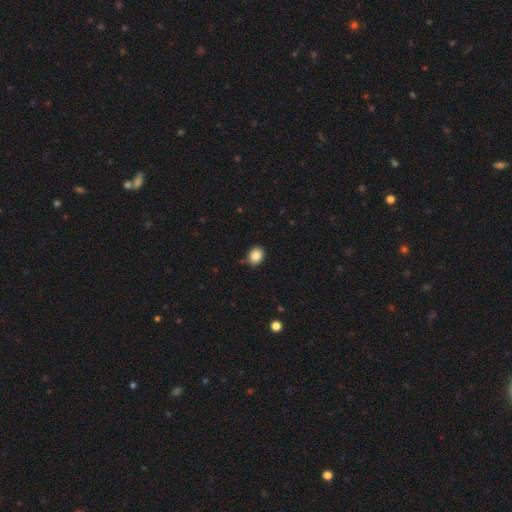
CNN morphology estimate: The model was most divided on "how rounded": round: 63%, in between: 36%, cigar-shaped: 1%. More confident: smooth or featured — smooth (85%); merging — none (76%).